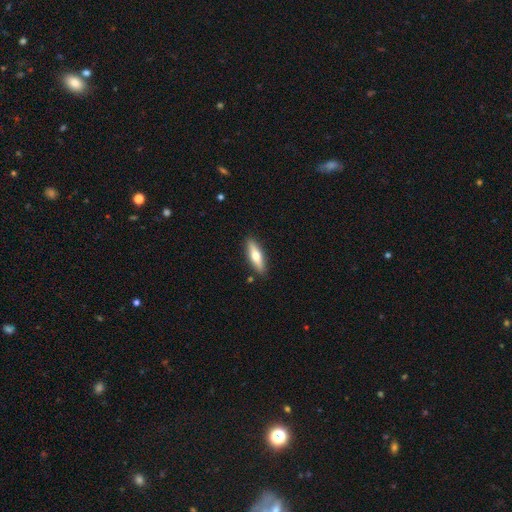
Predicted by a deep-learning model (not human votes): Q: Smooth or featured?
A: smooth (59%); runner-up: featured or disk (35%)
Q: How rounded?
A: cigar-shaped (60%); runner-up: in between (38%)
Q: Merging?
A: none (87%); runner-up: minor disturbance (9%)